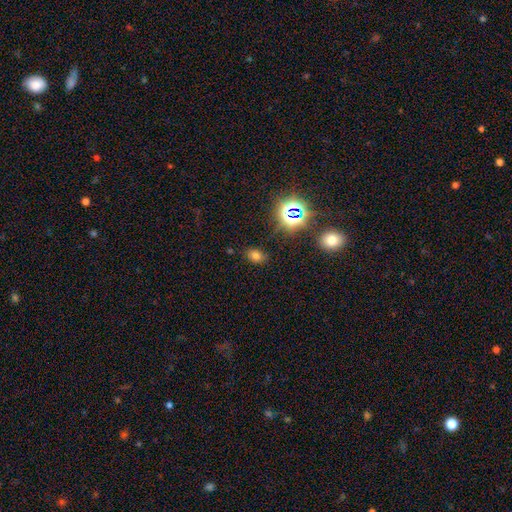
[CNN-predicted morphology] smooth-or-featured: smooth: 65% | star or artifact: 26% | featured or disk: 9%
  how-rounded: in between: 72% | round: 26% | cigar-shaped: 1%
  merging: none: 82% | minor disturbance: 12% | major disturbance: 4% | merger: 2%